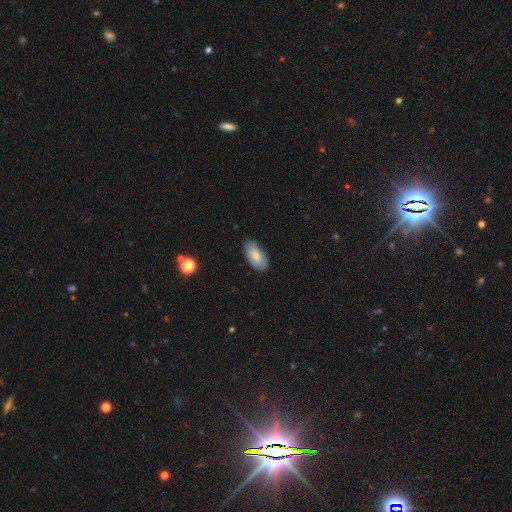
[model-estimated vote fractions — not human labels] smooth_or_featured: smooth (p=0.67) [alt: featured or disk p=0.26]
how_rounded: in between (p=0.93) [alt: cigar-shaped p=0.04]
merging: none (p=0.79) [alt: minor disturbance p=0.17]